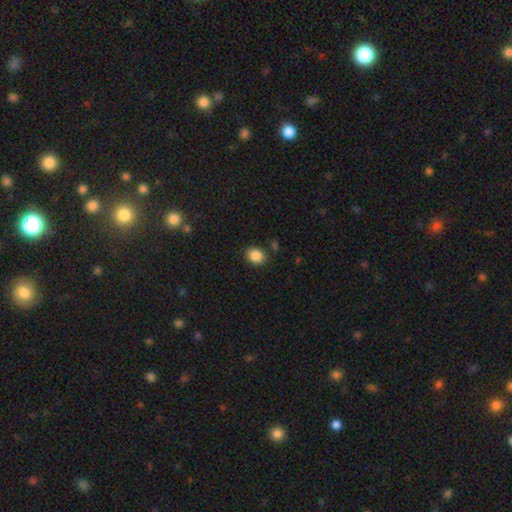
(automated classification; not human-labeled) smooth_or_featured: smooth (p=0.87) [alt: star or artifact p=0.09]
how_rounded: round (p=0.52) [alt: in between p=0.47]
merging: none (p=0.83) [alt: minor disturbance p=0.11]